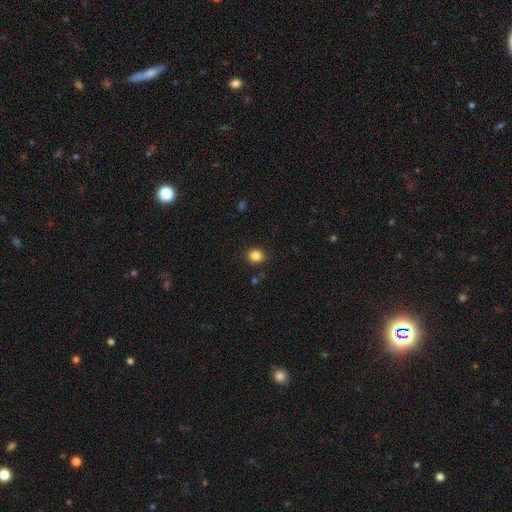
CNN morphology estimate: The model was most divided on "how rounded": round: 75%, in between: 24%, cigar-shaped: 1%. More confident: merging — none (89%); smooth or featured — smooth (85%).